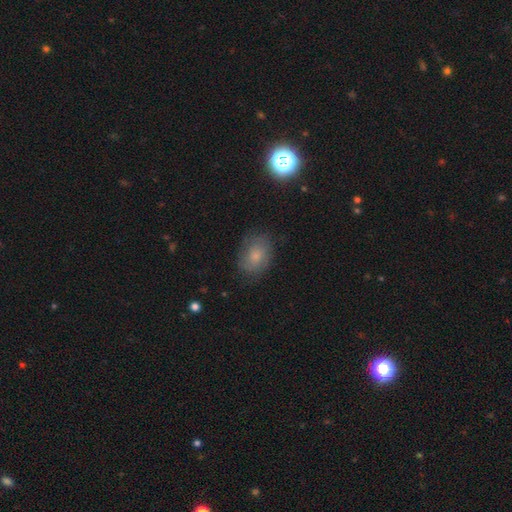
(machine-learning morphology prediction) This is likely a smooth galaxy (62%). How rounded: likely in between (69%). Merging: likely none (72%).